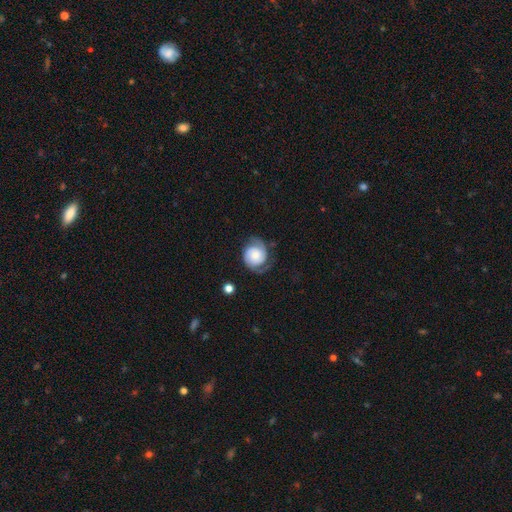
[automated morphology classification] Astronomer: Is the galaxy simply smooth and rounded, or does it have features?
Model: featured or disk — 69%.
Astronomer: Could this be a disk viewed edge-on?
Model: no — 98%.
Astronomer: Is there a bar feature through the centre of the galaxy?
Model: no — 75%.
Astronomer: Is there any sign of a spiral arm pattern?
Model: yes — 94%.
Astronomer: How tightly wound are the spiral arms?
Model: tight — 48% (runner-up: medium, 36%).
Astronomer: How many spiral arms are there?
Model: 2 — 82%.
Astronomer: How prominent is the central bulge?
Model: small — 38% (runner-up: moderate, 32%).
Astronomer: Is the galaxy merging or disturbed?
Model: none — 64%.